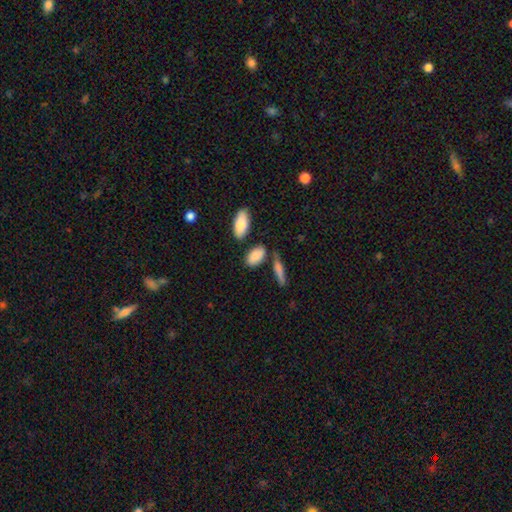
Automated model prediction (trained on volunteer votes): Smooth or featured: smooth — 86% (featured or disk — 7%)
How rounded: in between — 89% (cigar-shaped — 6%)
Merging: none — 72% (minor disturbance — 14%)